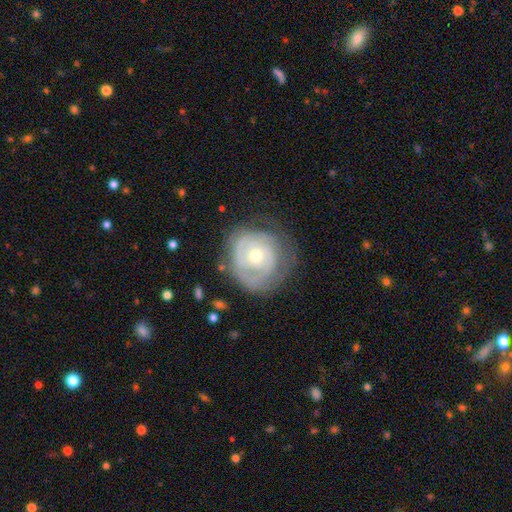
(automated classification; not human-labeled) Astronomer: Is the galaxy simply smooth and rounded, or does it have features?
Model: featured or disk — 74%.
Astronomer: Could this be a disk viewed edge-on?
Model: no — 97%.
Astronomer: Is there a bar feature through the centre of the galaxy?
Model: no — 80%.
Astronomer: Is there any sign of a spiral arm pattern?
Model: yes — 80%.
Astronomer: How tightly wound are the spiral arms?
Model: tight — 70%.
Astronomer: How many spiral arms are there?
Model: can't tell — 41% (runner-up: 2, 28%).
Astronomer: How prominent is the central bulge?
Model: small — 54% (runner-up: moderate, 42%).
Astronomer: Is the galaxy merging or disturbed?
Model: none — 62%.